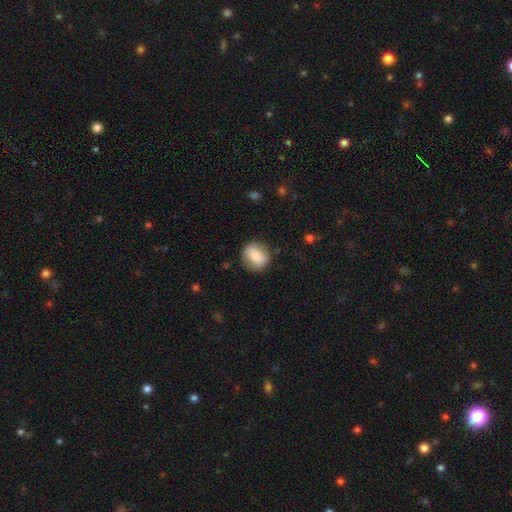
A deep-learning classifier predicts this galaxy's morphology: Q: Smooth or featured?
A: smooth (76%); runner-up: featured or disk (17%)
Q: How rounded?
A: round (64%); runner-up: in between (34%)
Q: Merging?
A: none (80%); runner-up: minor disturbance (14%)